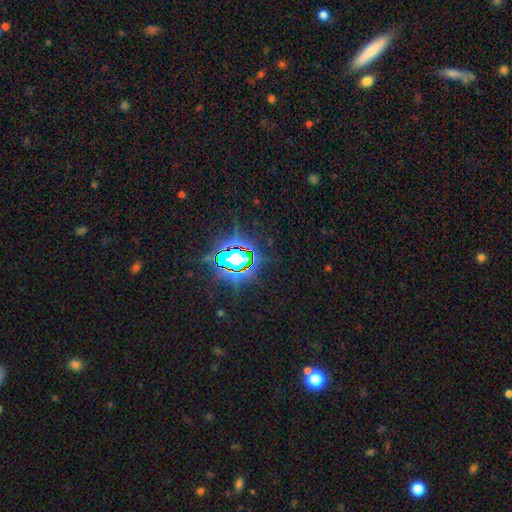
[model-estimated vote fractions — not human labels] Overall: star or artifact (82%).